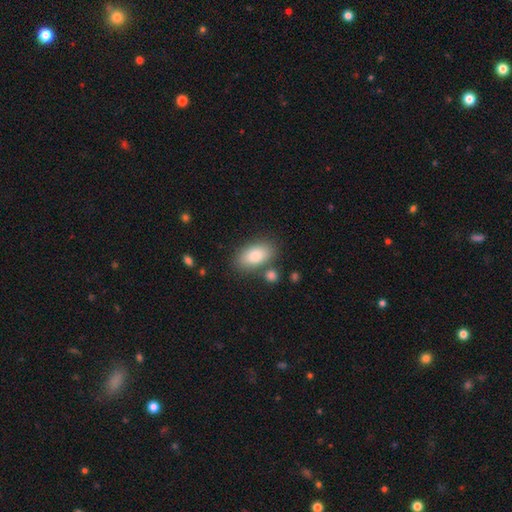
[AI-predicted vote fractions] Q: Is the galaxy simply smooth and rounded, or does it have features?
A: smooth — 85%.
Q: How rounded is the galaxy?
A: in between — 92%.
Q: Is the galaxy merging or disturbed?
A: none — 74%.